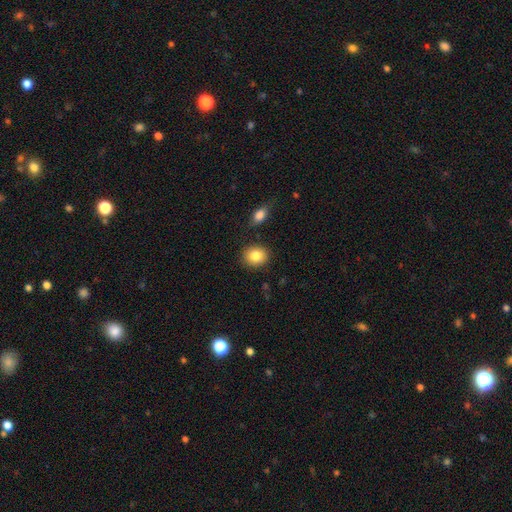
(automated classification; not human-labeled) Overall: smooth (84%). How rounded: round (71%). Merging: none (86%).